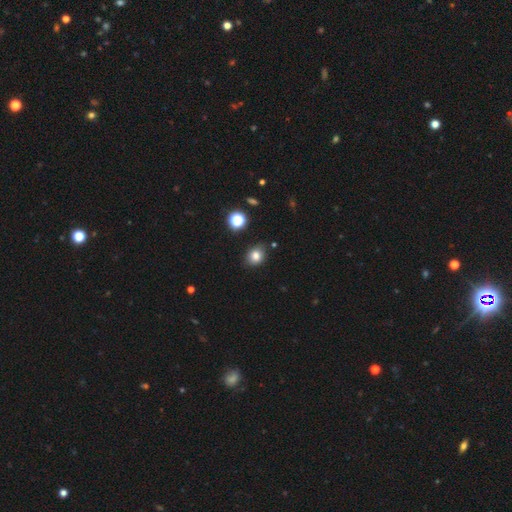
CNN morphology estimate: Q: Smooth or featured?
A: smooth (80%); runner-up: star or artifact (13%)
Q: How rounded?
A: round (55%); runner-up: in between (44%)
Q: Merging?
A: none (80%); runner-up: minor disturbance (14%)